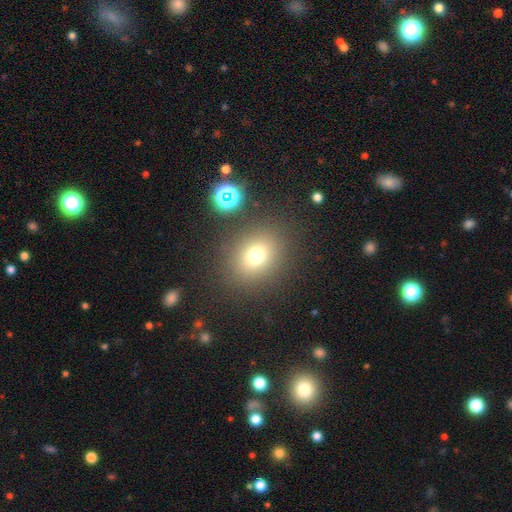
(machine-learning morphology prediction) type=smooth (73%); roundness=round (63%); merging=none (83%).